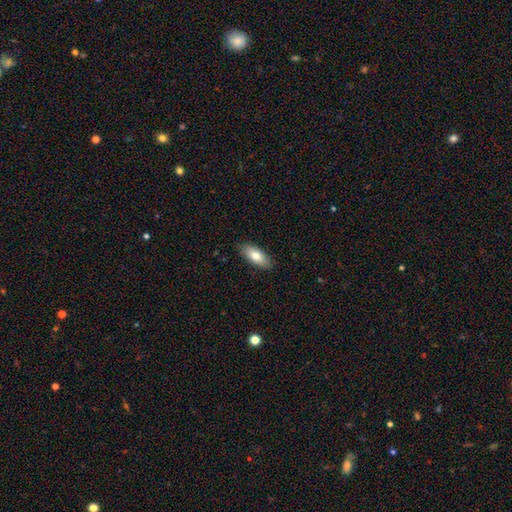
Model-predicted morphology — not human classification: Q: Smooth or featured?
A: smooth (78%); runner-up: featured or disk (16%)
Q: How rounded?
A: in between (83%); runner-up: cigar-shaped (15%)
Q: Merging?
A: none (87%); runner-up: minor disturbance (10%)